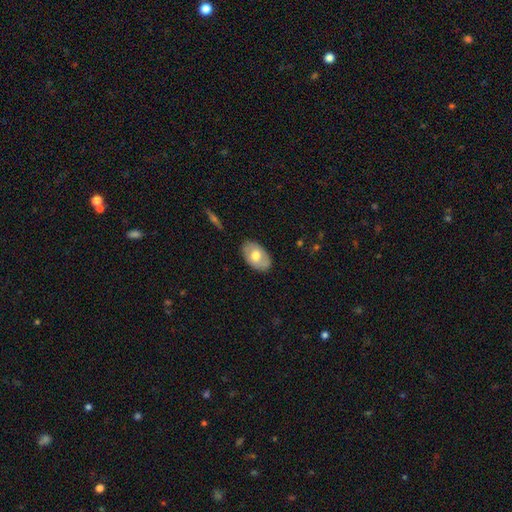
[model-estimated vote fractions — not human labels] A smooth galaxy with no disk features (62%) that is in between round and cigar-shaped (91%). Merging: none (84%).